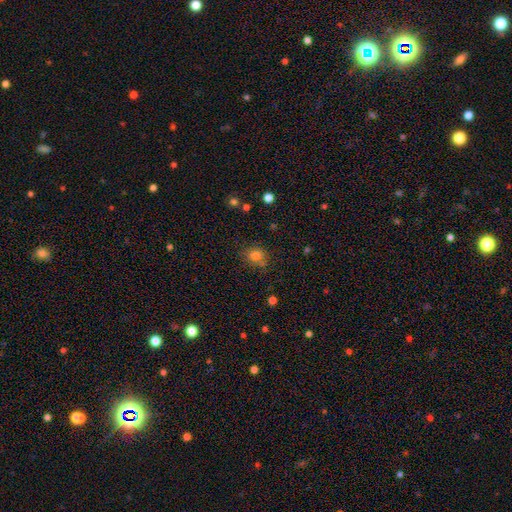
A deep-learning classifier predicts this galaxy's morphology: smooth-or-featured: smooth: 78% | star or artifact: 14% | featured or disk: 7%
  how-rounded: round: 71% | in between: 28% | cigar-shaped: 1%
  merging: none: 71% | minor disturbance: 16% | merger: 9% | major disturbance: 5%